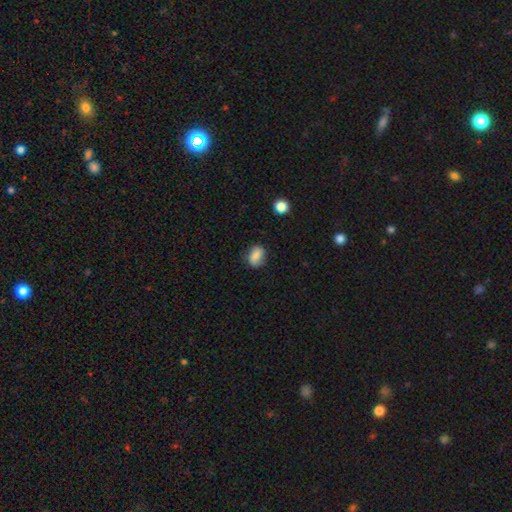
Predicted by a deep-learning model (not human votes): Smooth or featured? smooth (76%)
How rounded? in between (68%)
Merging? none (73%)